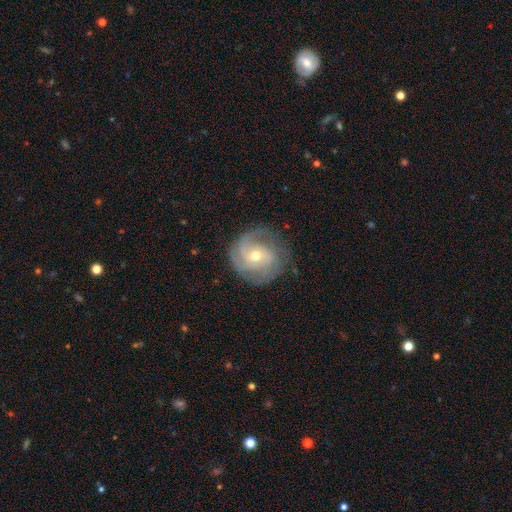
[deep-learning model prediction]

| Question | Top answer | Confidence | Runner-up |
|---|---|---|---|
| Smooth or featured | featured or disk | 78% | smooth (15%) |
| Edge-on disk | no | 97% | yes (3%) |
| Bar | no | 64% | weak (29%) |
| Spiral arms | yes | 93% | no (7%) |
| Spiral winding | tight | 52% | medium (36%) |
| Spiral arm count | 2 | 29% | can't tell (26%) |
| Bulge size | moderate | 50% | small (46%) |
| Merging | none | 74% | minor disturbance (17%) |